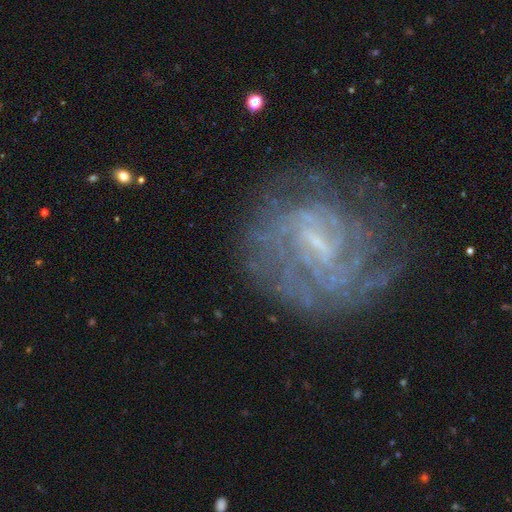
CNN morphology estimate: Smooth or featured? Predicted: featured or disk (p=0.81). Edge-on disk? Predicted: no (p=0.97). Bar? Predicted: weak (p=0.56). Spiral arms? Predicted: yes (p=0.88). Spiral winding? Predicted: tight (p=0.63). Spiral arm count? Predicted: can't tell (p=0.49). Bulge size? Predicted: small (p=0.57). Merging? Predicted: none (p=0.68).